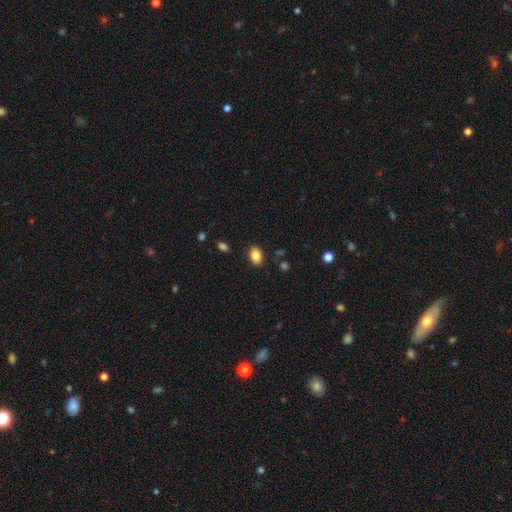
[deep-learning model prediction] Morphology: type=smooth (85%); roundness=in between (79%); merging=none (87%).